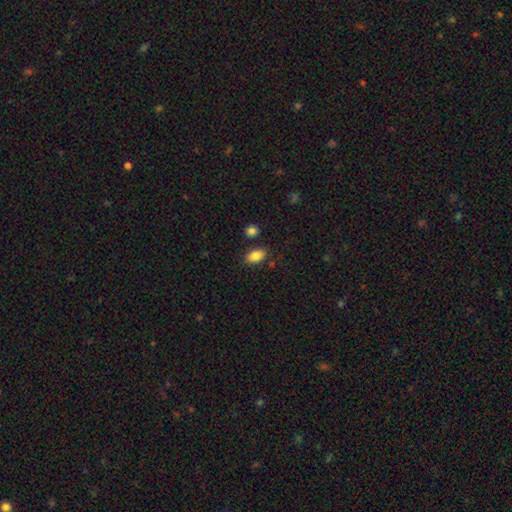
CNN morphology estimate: type=smooth (86%); roundness=in between (90%); merging=none (82%).